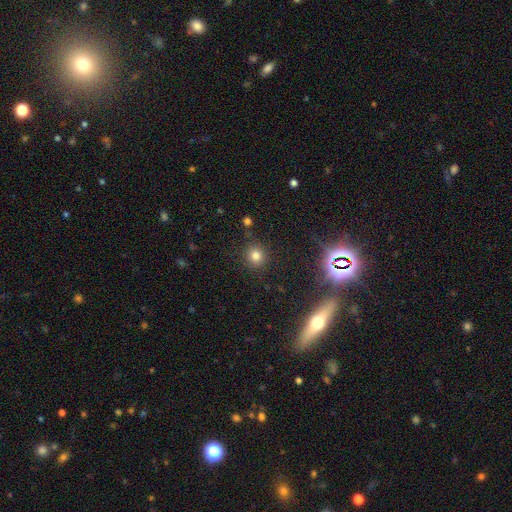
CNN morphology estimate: smooth 78%, star or artifact 16%, featured or disk 7%. Down the decision tree: how rounded — round (90%); merging — none (86%).